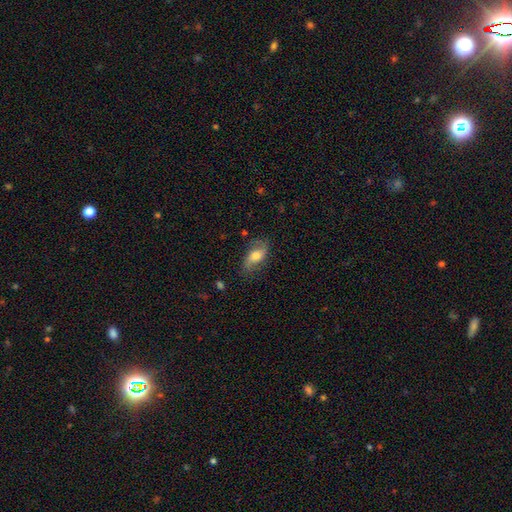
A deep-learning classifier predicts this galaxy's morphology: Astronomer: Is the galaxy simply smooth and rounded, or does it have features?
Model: smooth — 49% (runner-up: featured or disk, 43%).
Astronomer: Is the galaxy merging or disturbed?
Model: none — 69%.